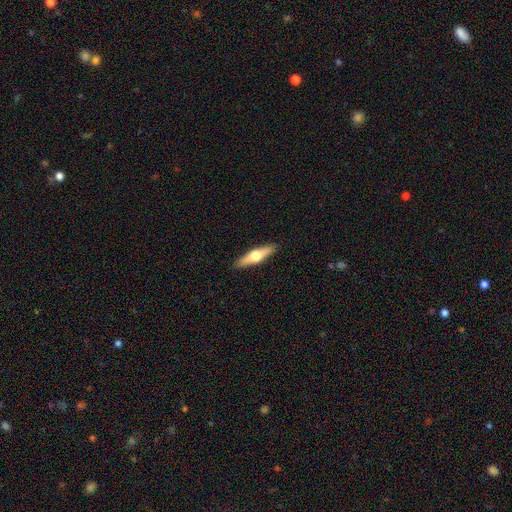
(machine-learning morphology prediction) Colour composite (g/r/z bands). It shows a featured or disk galaxy (57%) viewed edge-on (95%) with a rounded central bulge (95%). Merging: none (91%).